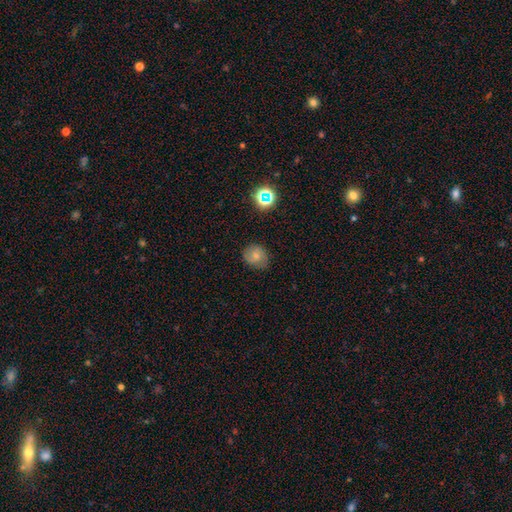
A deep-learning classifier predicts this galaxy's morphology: Smooth or featured: smooth — 65% (featured or disk — 21%)
How rounded: round — 71% (in between — 29%)
Merging: none — 74% (minor disturbance — 20%)